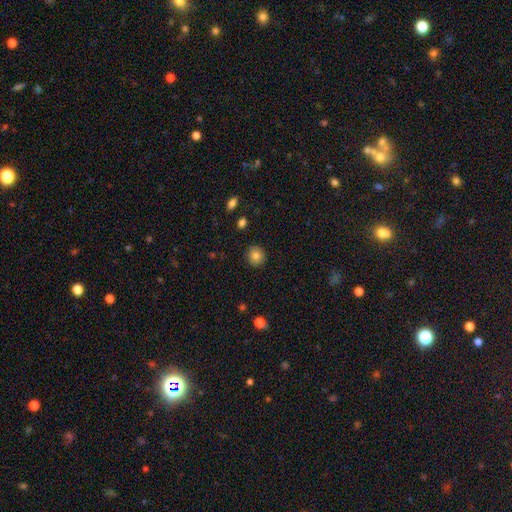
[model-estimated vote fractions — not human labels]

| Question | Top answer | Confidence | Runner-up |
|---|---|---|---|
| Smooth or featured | smooth | 83% | star or artifact (10%) |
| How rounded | round | 88% | in between (11%) |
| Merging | none | 90% | minor disturbance (7%) |